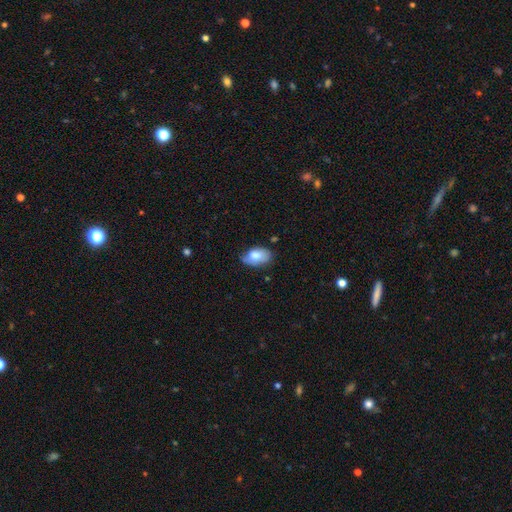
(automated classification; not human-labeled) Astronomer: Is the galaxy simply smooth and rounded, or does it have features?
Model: smooth — 75%.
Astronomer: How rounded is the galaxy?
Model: in between — 92%.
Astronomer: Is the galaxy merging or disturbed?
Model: none — 57% (runner-up: minor disturbance, 33%).